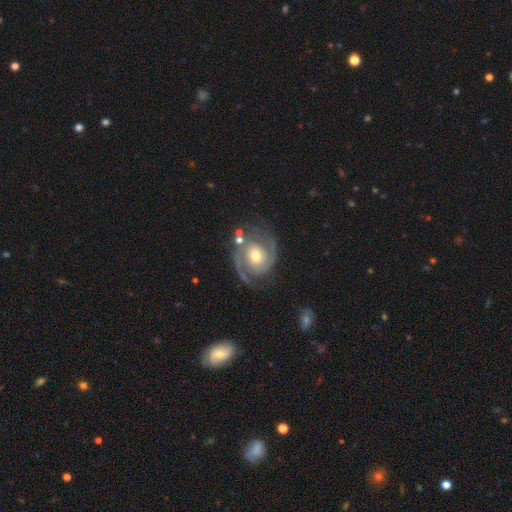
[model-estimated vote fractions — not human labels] Smooth or featured? featured or disk (90%)
Edge-on disk? no (98%)
Bar? no (66%)
Spiral arms? yes (98%)
Spiral winding? tight (47%)
Spiral arm count? 2 (89%)
Bulge size? moderate (70%)
Merging? none (74%)